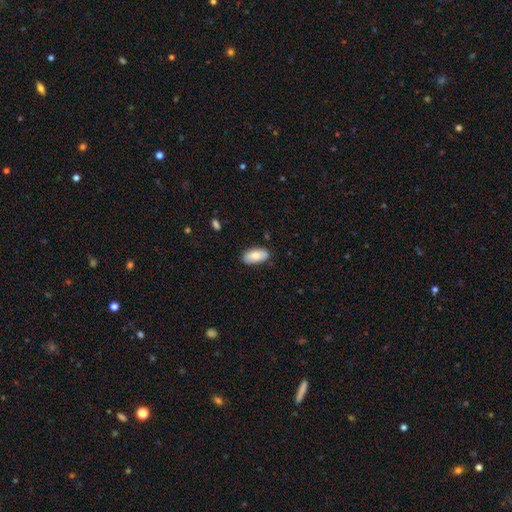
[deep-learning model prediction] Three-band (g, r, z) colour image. It shows a smooth galaxy with no disk features (81%) that is in between round and cigar-shaped (93%). Merging: none (84%).